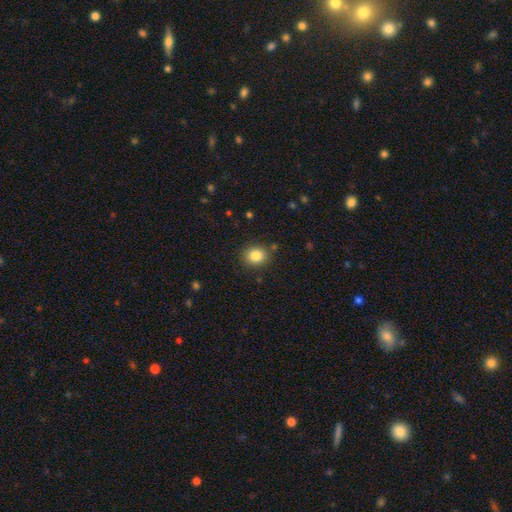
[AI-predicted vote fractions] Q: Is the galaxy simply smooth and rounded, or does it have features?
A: smooth — 85%.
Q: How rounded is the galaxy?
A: round — 62%.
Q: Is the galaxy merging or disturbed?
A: none — 85%.